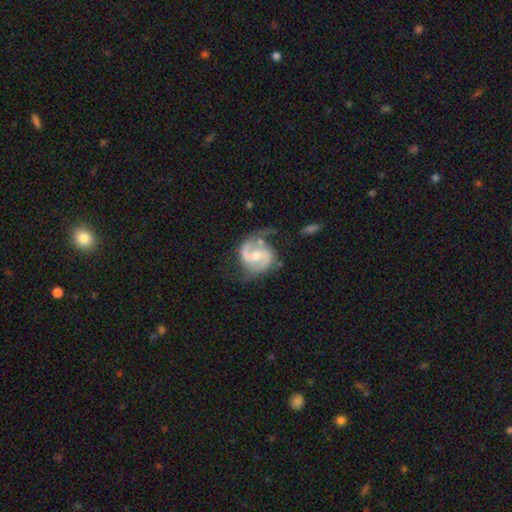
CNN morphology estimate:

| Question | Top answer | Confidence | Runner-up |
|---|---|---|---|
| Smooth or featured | featured or disk | 88% | smooth (7%) |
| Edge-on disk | no | 98% | yes (2%) |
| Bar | weak | 44% | no (42%) |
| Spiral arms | yes | 97% | no (3%) |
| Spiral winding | medium | 54% | tight (23%) |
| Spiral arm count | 2 | 89% | can't tell (4%) |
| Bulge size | moderate | 64% | small (30%) |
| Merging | none | 58% | minor disturbance (24%) |